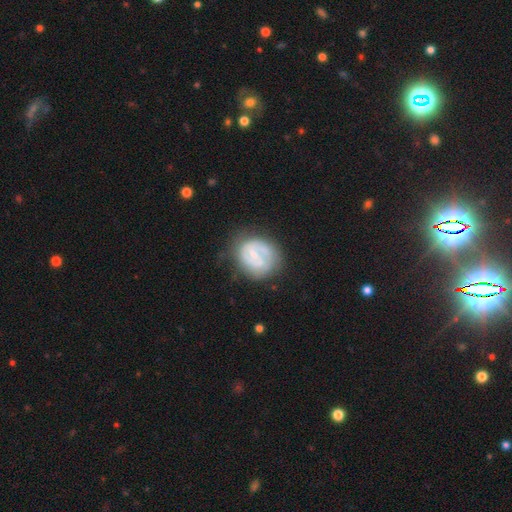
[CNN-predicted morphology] This is likely a featured or disk galaxy (62%). It is clearly not viewed edge-on (98%). Bar: possibly weak (47%). Spiral arm pattern: likely yes (67%). Central bulge: possibly small (59%). Merging: possibly none (60%).